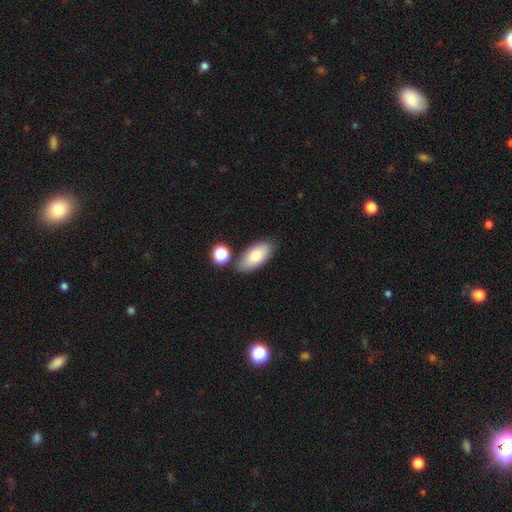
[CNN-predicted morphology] A smooth galaxy with no disk features (81%) that is in between round and cigar-shaped (91%). Merging: none (77%).